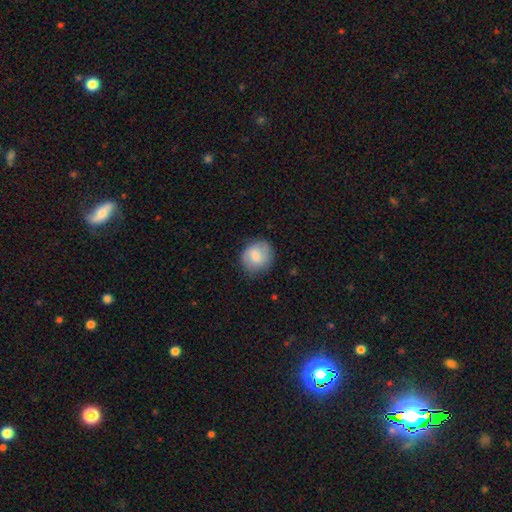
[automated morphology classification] A smooth galaxy with no disk features (76%) that is round (83%). Merging: none (79%).